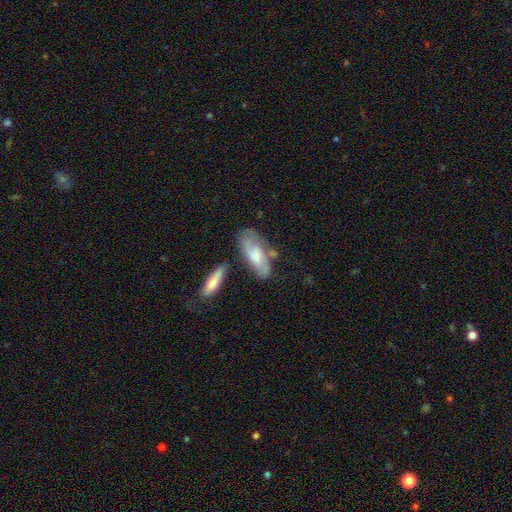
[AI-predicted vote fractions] This is possibly a featured or disk galaxy (49%). Merging: possibly none (52%).